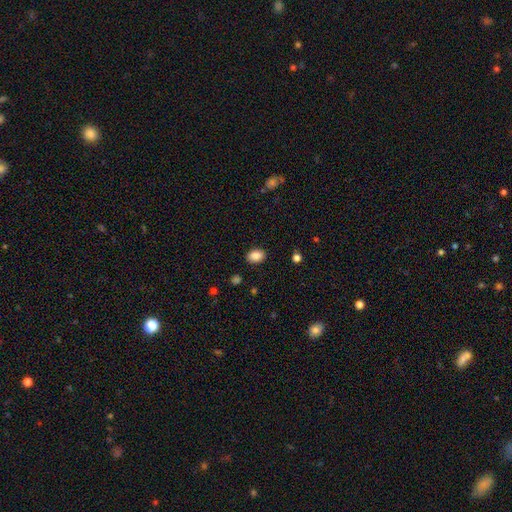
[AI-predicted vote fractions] This is clearly a smooth galaxy (87%). How rounded: likely in between (79%). Merging: clearly none (88%).